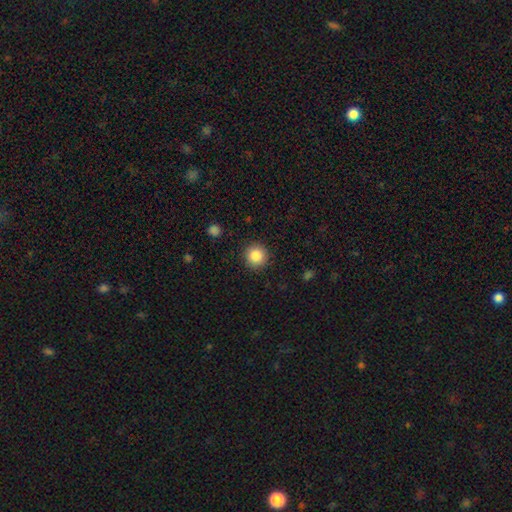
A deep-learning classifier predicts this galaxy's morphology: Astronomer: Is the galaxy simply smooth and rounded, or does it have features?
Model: smooth — 86%.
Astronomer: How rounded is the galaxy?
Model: round — 95%.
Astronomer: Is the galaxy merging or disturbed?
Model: none — 91%.